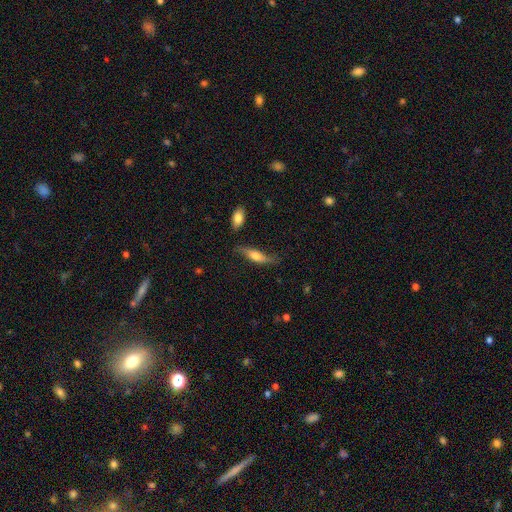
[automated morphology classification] A smooth galaxy with no disk features (50%).

Vote fractions:
- Smooth or featured? smooth: 50% / featured or disk: 43% / star or artifact: 7%
- Merging? none: 62% / minor disturbance: 26% / major disturbance: 9% / merger: 3%